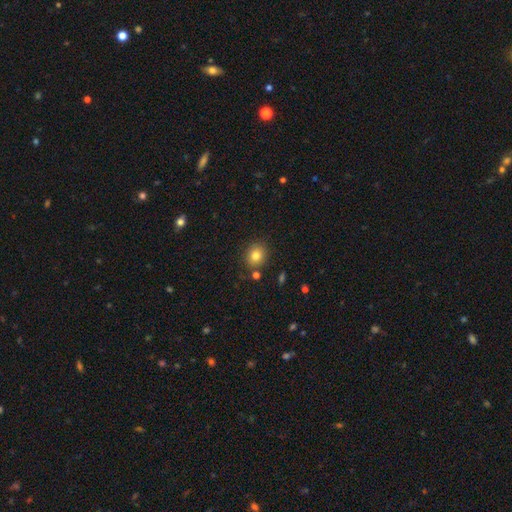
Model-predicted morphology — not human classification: Smooth or featured? smooth (81%)
How rounded? round (75%)
Merging? none (83%)